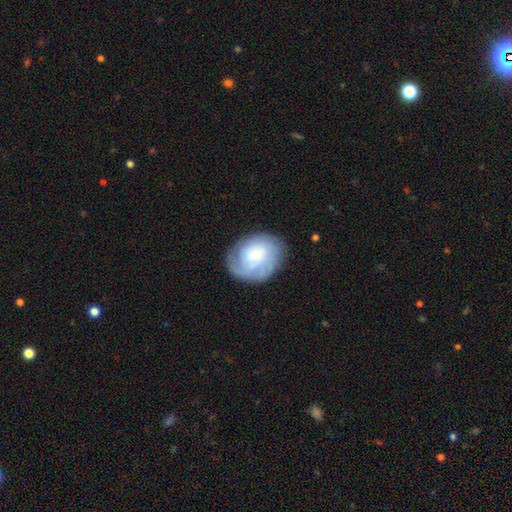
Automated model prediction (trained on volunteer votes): Smooth or featured? featured or disk (51%)
Edge-on disk? no (97%)
Merging? none (70%)